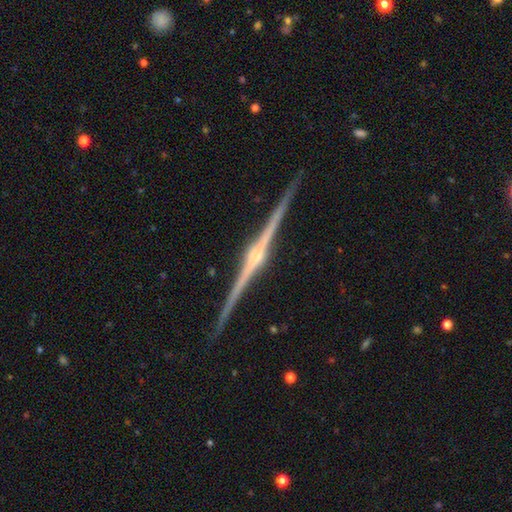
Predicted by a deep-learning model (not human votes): A featured or disk galaxy (92%) viewed edge-on (99%) with a rounded central bulge (84%). Merging: none (92%).